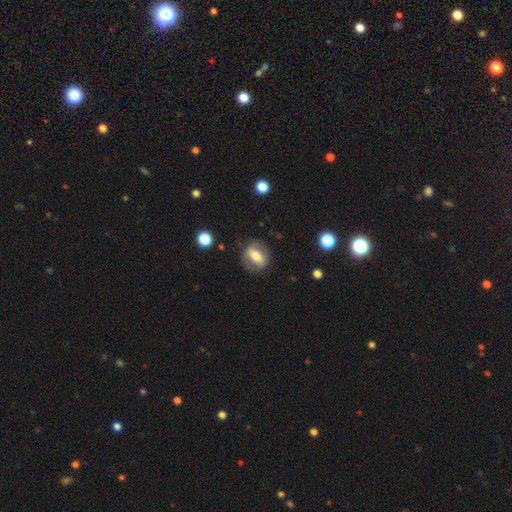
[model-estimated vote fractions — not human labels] Smooth or featured?
  - smooth: 49% *
  - featured or disk: 43%
  - star or artifact: 8%
Merging?
  - none: 77% *
  - minor disturbance: 14%
  - major disturbance: 7%
  - merger: 1%